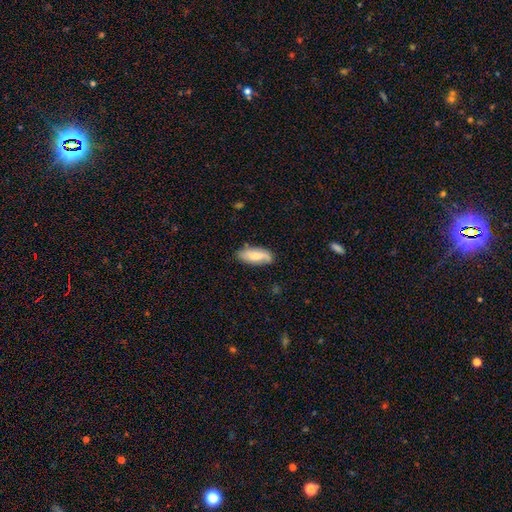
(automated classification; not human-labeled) Smooth or featured: smooth — 66% (featured or disk — 28%)
How rounded: in between — 81% (cigar-shaped — 16%)
Merging: none — 69% (minor disturbance — 24%)